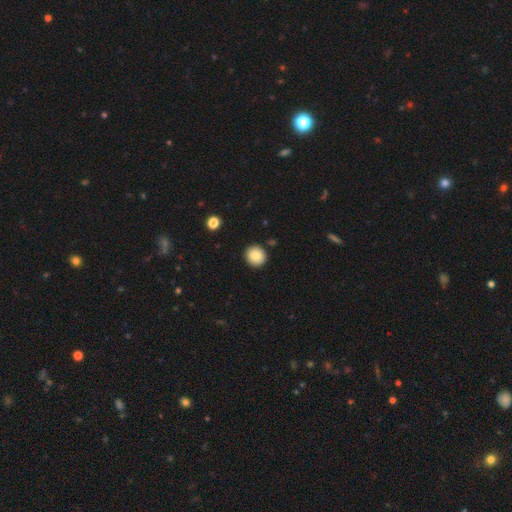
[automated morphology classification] Smooth or featured?
  - smooth: 85% *
  - star or artifact: 8%
  - featured or disk: 6%
How rounded?
  - round: 93% *
  - in between: 6%
  - cigar-shaped: 1%
Merging?
  - none: 91% *
  - minor disturbance: 6%
  - major disturbance: 2%
  - merger: 2%